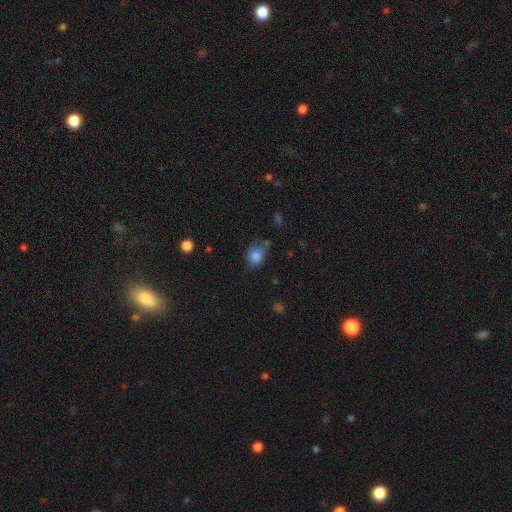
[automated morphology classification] Q: Smooth or featured?
A: smooth (78%); runner-up: featured or disk (12%)
Q: How rounded?
A: in between (60%); runner-up: round (39%)
Q: Merging?
A: none (50%); runner-up: minor disturbance (31%)